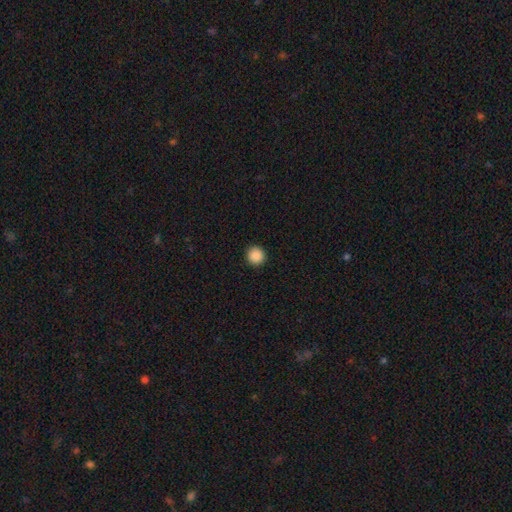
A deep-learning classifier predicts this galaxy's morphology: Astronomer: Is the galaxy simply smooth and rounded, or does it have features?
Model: smooth — 89%.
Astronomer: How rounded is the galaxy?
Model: round — 95%.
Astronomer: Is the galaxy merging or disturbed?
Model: none — 93%.